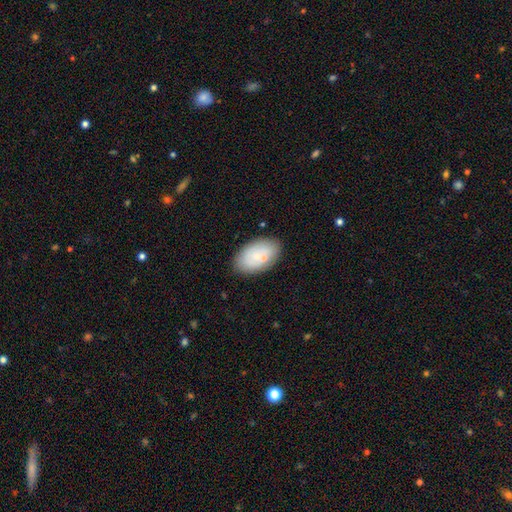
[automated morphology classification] smooth 64%, featured or disk 28%, star or artifact 7%. Down the decision tree: how rounded — in between (92%); merging — none (77%).